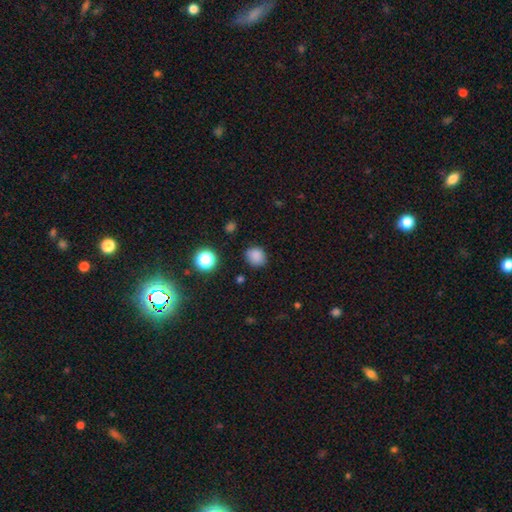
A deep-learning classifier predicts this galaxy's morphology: Smooth or featured? smooth (83%)
How rounded? round (69%)
Merging? none (80%)